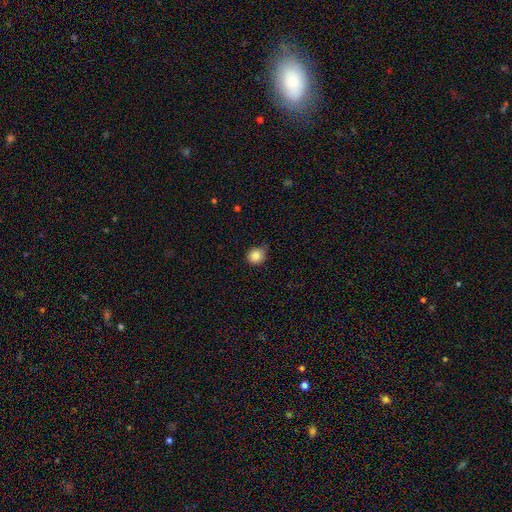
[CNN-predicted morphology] This is clearly a smooth galaxy (84%). How rounded: clearly round (82%). Merging: likely none (72%).